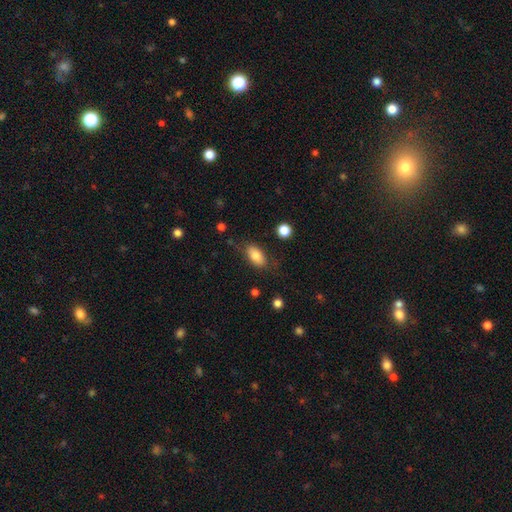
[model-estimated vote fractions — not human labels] Smooth or featured: smooth — 81% (featured or disk — 12%)
How rounded: in between — 90% (round — 6%)
Merging: none — 76% (minor disturbance — 16%)